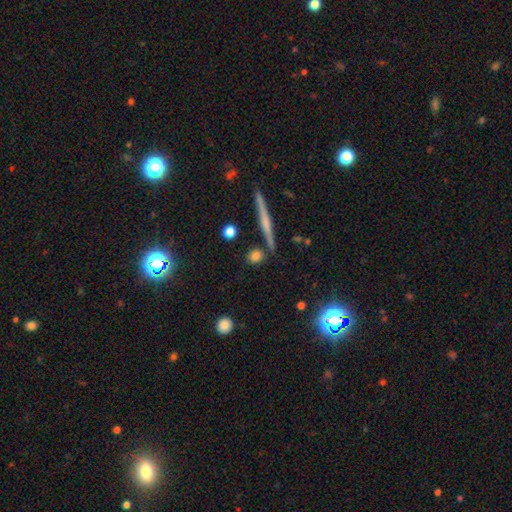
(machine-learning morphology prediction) Overall: smooth (79%). How rounded: round (59%; in between 31%). Merging: none (78%).